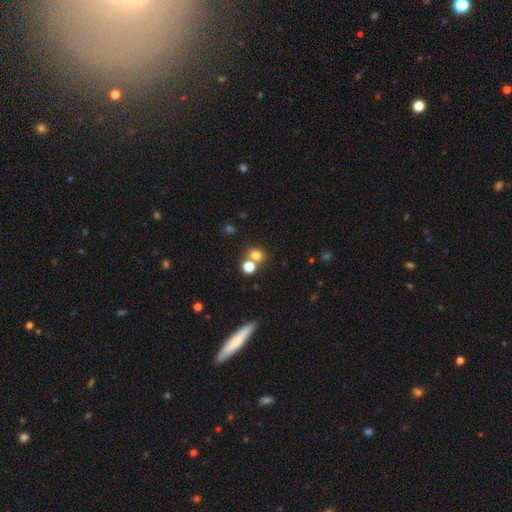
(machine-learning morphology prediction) Smooth or featured?
  - smooth: 76% *
  - star or artifact: 15%
  - featured or disk: 9%
How rounded?
  - round: 70% *
  - in between: 29%
  - cigar-shaped: 1%
Merging?
  - none: 55% *
  - merger: 33%
  - minor disturbance: 8%
  - major disturbance: 4%